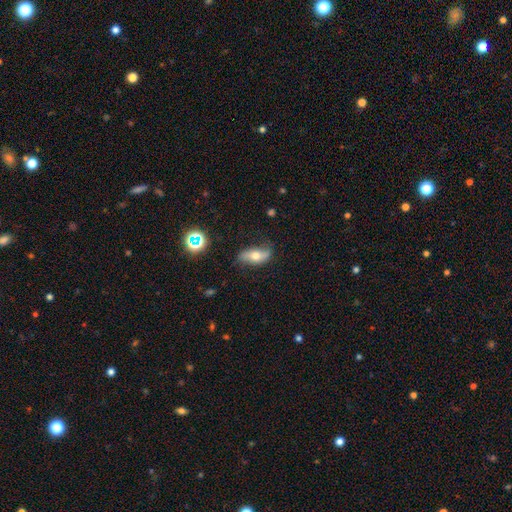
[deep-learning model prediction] Q: Smooth or featured?
A: featured or disk (49%); runner-up: smooth (41%)
Q: Merging?
A: none (69%); runner-up: minor disturbance (23%)